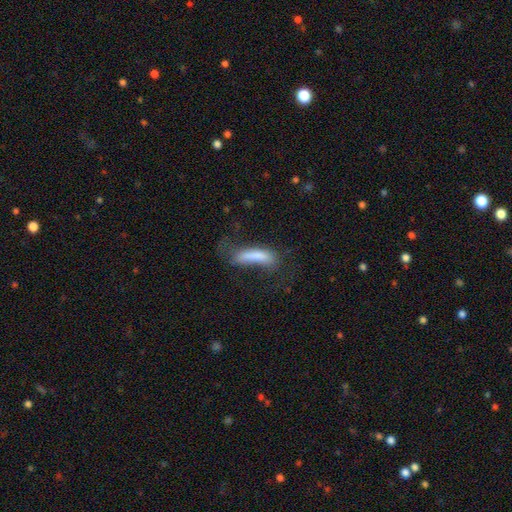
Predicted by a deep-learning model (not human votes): This is possibly a smooth galaxy (52%). How rounded: likely cigar-shaped (73%). Merging: possibly none (50%).